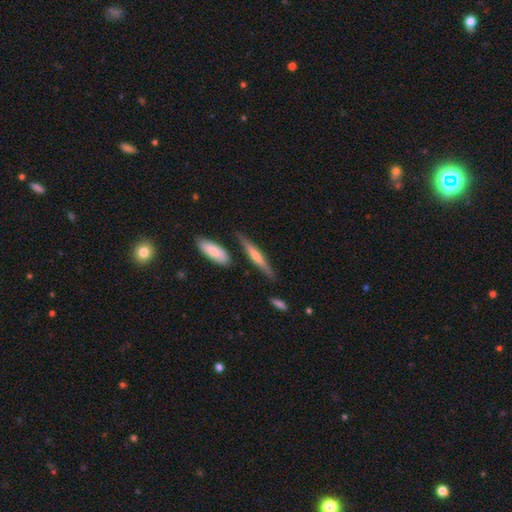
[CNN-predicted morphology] Overall: featured or disk (60%; smooth 33%). Edge-on disk: yes (95%). Edge-on bulge: rounded (68%). Merging: none (82%).